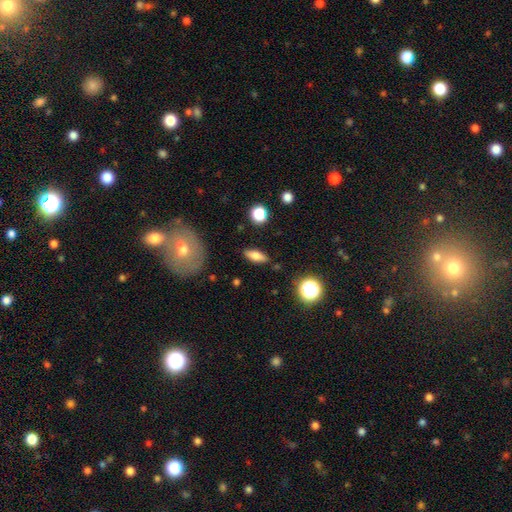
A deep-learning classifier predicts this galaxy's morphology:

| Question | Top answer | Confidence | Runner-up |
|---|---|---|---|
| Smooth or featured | smooth | 74% | featured or disk (17%) |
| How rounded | in between | 69% | cigar-shaped (27%) |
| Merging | none | 86% | minor disturbance (10%) |